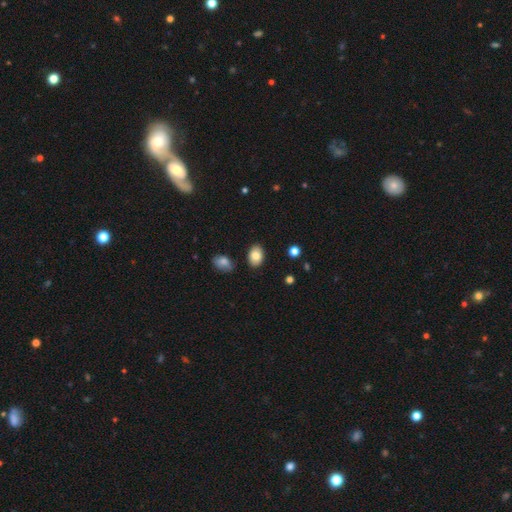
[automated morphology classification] Smooth or featured? smooth (83%)
How rounded? in between (85%)
Merging? none (86%)